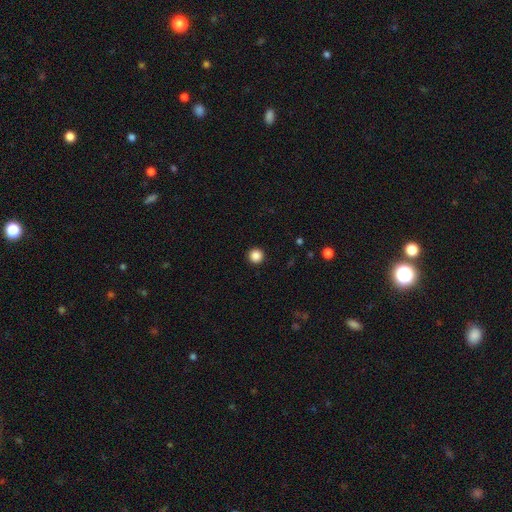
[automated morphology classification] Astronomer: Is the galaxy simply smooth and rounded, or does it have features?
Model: smooth — 87%.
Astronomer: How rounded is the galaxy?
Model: round — 96%.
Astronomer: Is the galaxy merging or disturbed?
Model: none — 93%.